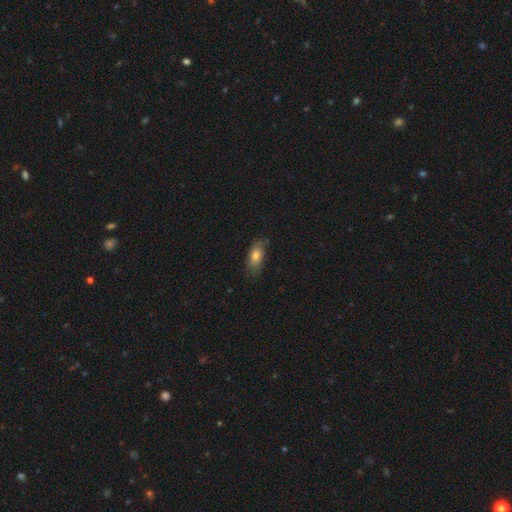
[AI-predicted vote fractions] smooth-or-featured: smooth: 73% | featured or disk: 19% | star or artifact: 8%
  how-rounded: in between: 85% | cigar-shaped: 10% | round: 5%
  merging: none: 66% | minor disturbance: 26% | major disturbance: 7% | merger: 2%